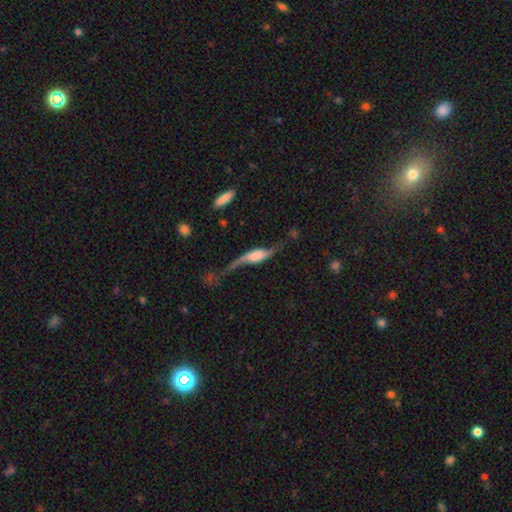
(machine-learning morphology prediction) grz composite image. It shows a featured or disk galaxy (77%). Merging: none (50%).